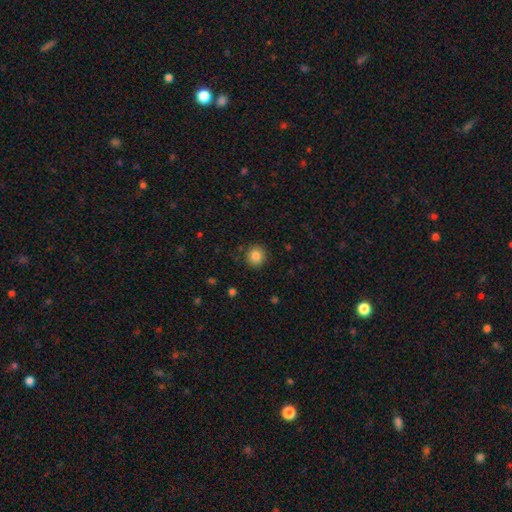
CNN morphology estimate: A smooth galaxy with no disk features (84%) that is round (93%).

Vote fractions:
- Smooth or featured? smooth: 84% / star or artifact: 11% / featured or disk: 5%
- How rounded? round: 93% / in between: 6% / cigar-shaped: 1%
- Merging? none: 89% / minor disturbance: 7% / major disturbance: 2% / merger: 1%